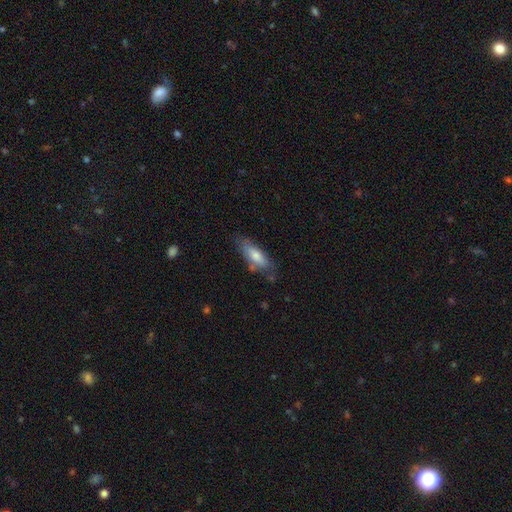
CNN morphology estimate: smooth-or-featured: smooth: 69% | featured or disk: 24% | star or artifact: 6%
  how-rounded: in between: 57% | cigar-shaped: 41% | round: 2%
  merging: none: 67% | minor disturbance: 23% | major disturbance: 6% | merger: 4%